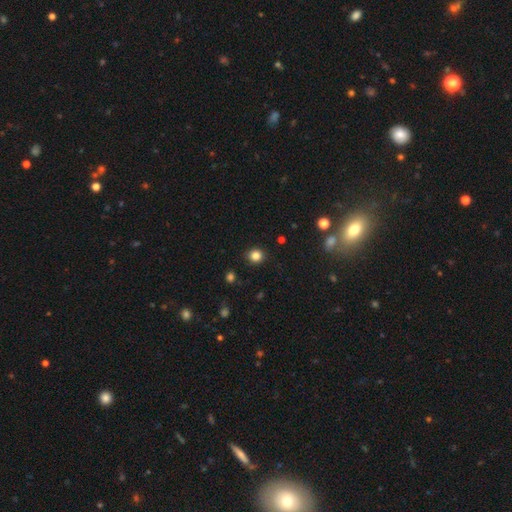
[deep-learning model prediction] Smooth or featured? smooth (83%)
How rounded? round (88%)
Merging? none (91%)